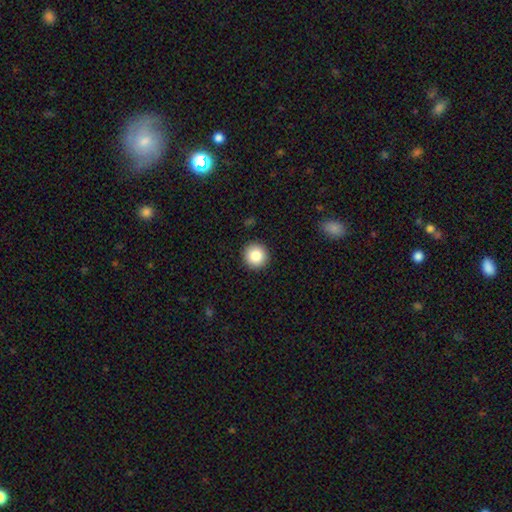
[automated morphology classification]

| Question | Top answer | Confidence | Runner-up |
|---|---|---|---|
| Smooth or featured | smooth | 85% | star or artifact (9%) |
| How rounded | round | 95% | in between (4%) |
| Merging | none | 92% | minor disturbance (5%) |